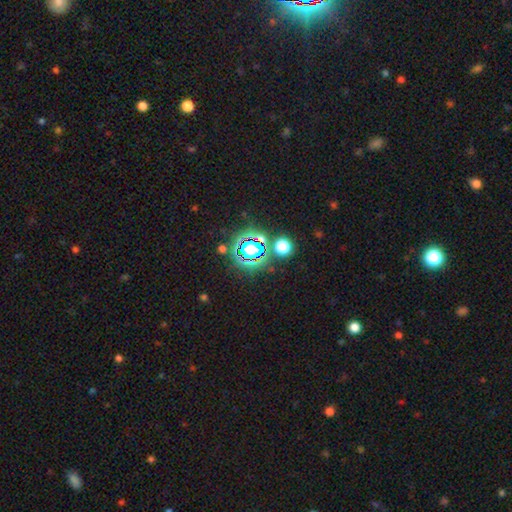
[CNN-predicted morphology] This appears to be a star or artifact, not a galaxy (65%).